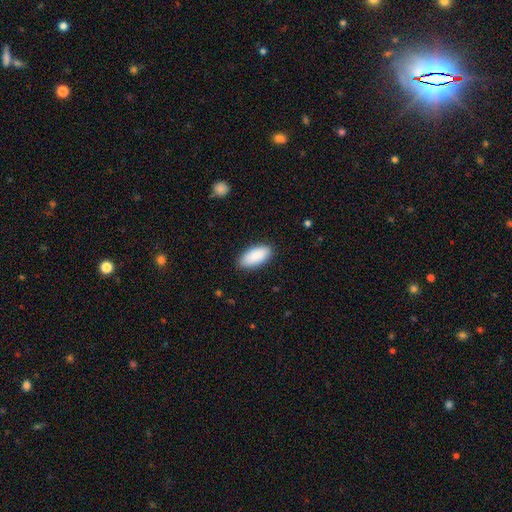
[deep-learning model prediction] Overall: smooth (88%). How rounded: in between (92%). Merging: none (88%).